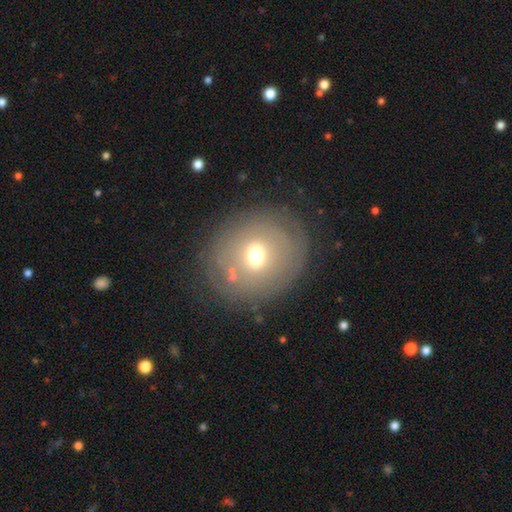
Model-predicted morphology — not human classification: Smooth or featured? smooth (53%)
How rounded? round (82%)
Merging? none (79%)